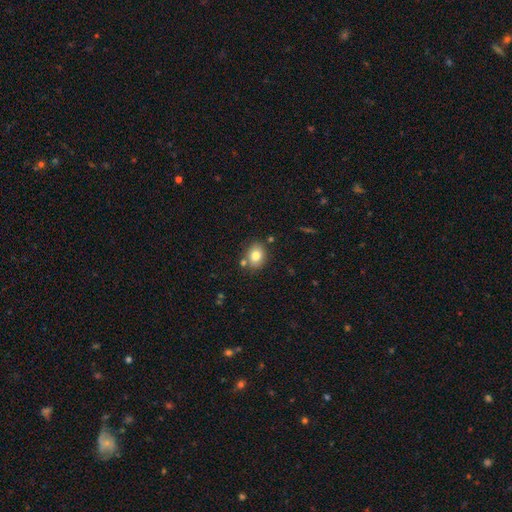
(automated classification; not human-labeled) This appears to be a smooth galaxy with no disk features (78%) that is round (52%). Merging: none (77%).